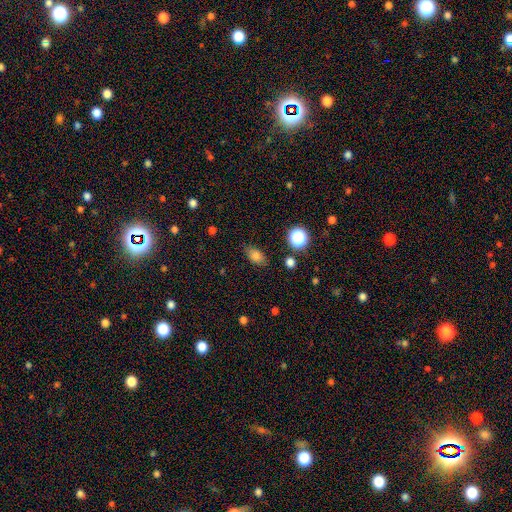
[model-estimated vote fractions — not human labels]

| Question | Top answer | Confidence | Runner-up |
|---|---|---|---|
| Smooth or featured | smooth | 79% | star or artifact (13%) |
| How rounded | in between | 82% | round (15%) |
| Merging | none | 81% | minor disturbance (13%) |